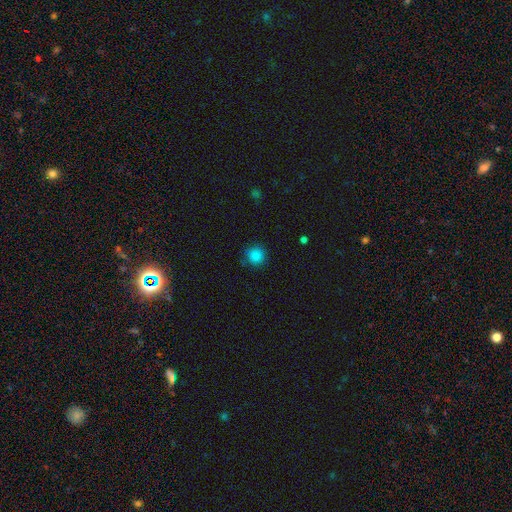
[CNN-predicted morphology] smooth_or_featured: smooth (p=0.86) [alt: star or artifact p=0.11]
how_rounded: round (p=0.94) [alt: in between p=0.05]
merging: none (p=0.85) [alt: minor disturbance p=0.10]